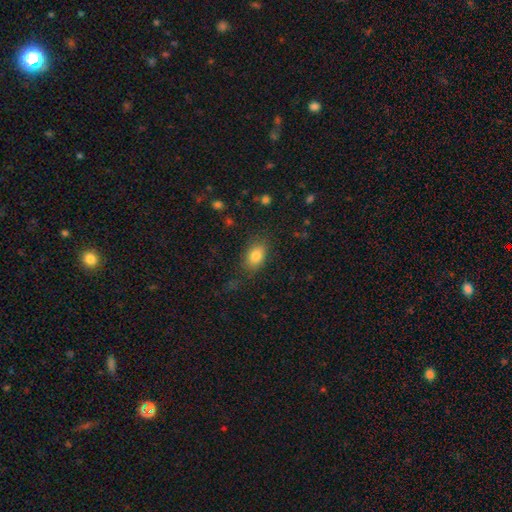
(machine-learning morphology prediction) Smooth or featured: smooth — 82% (star or artifact — 9%)
How rounded: in between — 83% (round — 15%)
Merging: none — 80% (minor disturbance — 14%)